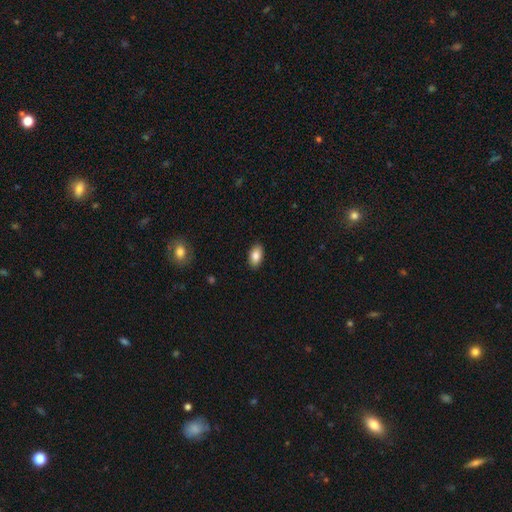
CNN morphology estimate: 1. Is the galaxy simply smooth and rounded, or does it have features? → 84% smooth, 9% featured or disk, 7% star or artifact.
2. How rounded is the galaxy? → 93% in between, 5% round, 2% cigar-shaped.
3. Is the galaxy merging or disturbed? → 89% none, 8% minor disturbance, 2% major disturbance, 1% merger.